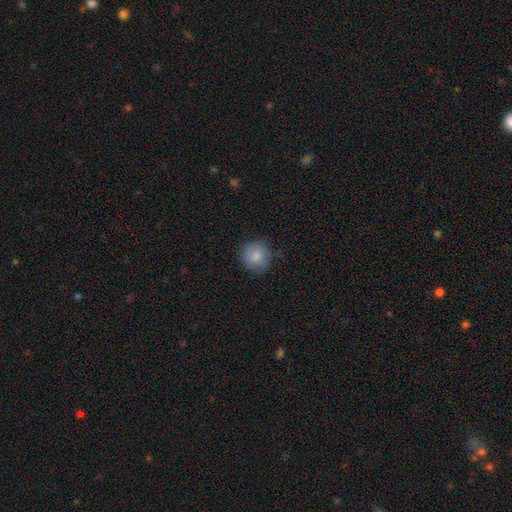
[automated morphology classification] smooth-or-featured: smooth: 84% | featured or disk: 9% | star or artifact: 8%
  how-rounded: round: 90% | in between: 9% | cigar-shaped: 1%
  merging: none: 77% | minor disturbance: 18% | major disturbance: 4% | merger: 1%